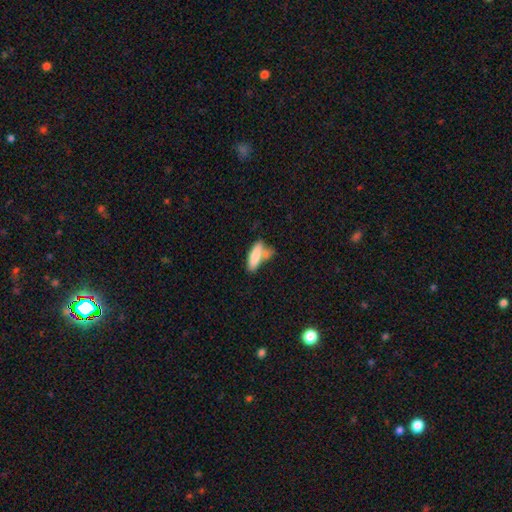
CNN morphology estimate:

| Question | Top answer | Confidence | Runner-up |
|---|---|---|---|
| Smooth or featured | smooth | 79% | featured or disk (15%) |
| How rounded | in between | 57% | cigar-shaped (41%) |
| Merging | none | 38% | merger (35%) |